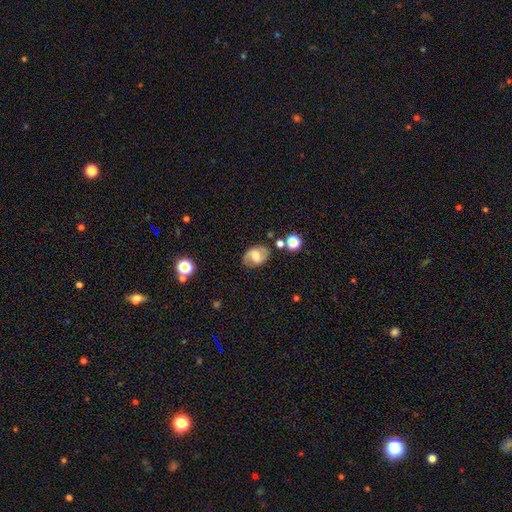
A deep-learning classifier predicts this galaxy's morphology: Smooth or featured: featured or disk — 60% (smooth — 31%)
Edge-on disk: no — 96% (yes — 4%)
Bar: weak — 49% (strong — 26%)
Spiral arms: yes — 84% (no — 16%)
Bulge size: moderate — 45% (small — 23%)
Merging: none — 69% (minor disturbance — 19%)